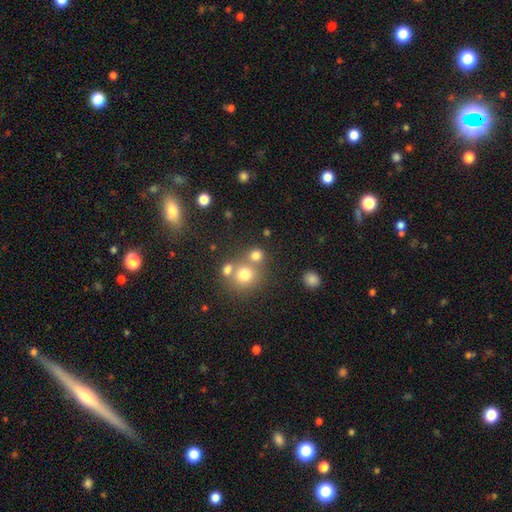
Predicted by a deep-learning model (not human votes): Smooth or featured? Predicted: smooth (p=0.74). How rounded? Predicted: round (p=0.85). Merging? Predicted: none (p=0.58).